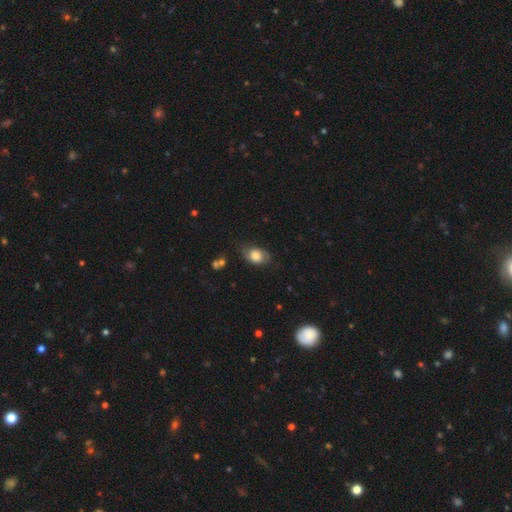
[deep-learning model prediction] Overall: smooth (71%). How rounded: in between (79%). Merging: none (67%).